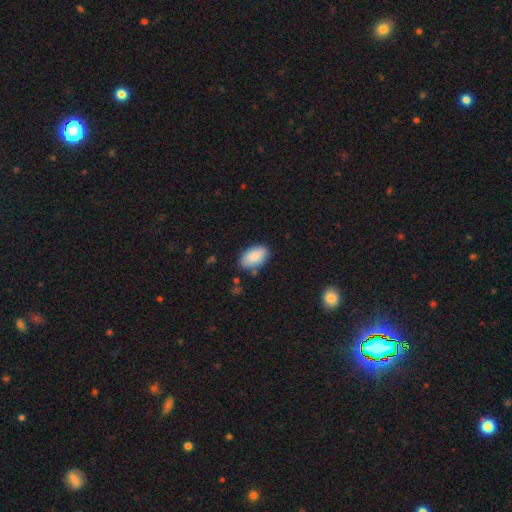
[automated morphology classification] smooth 89%, star or artifact 6%, featured or disk 5%. Down the decision tree: how rounded — in between (94%); merging — none (80%).